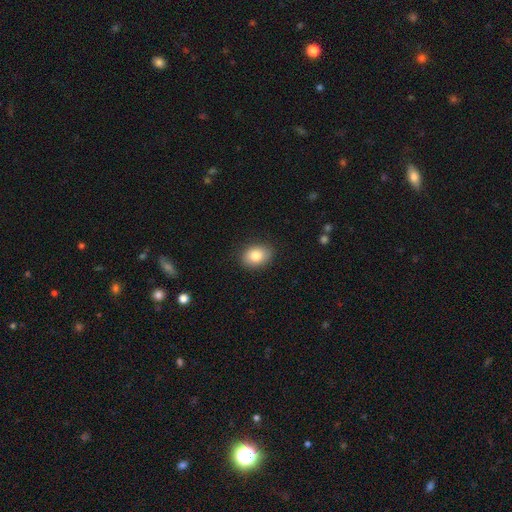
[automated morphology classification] Overall: smooth (83%). How rounded: in between (72%). Merging: none (86%).